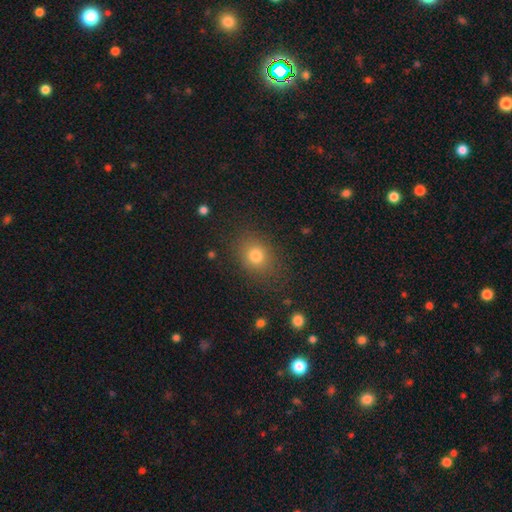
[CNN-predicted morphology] type=smooth (78%); roundness=round (56%); merging=none (82%).